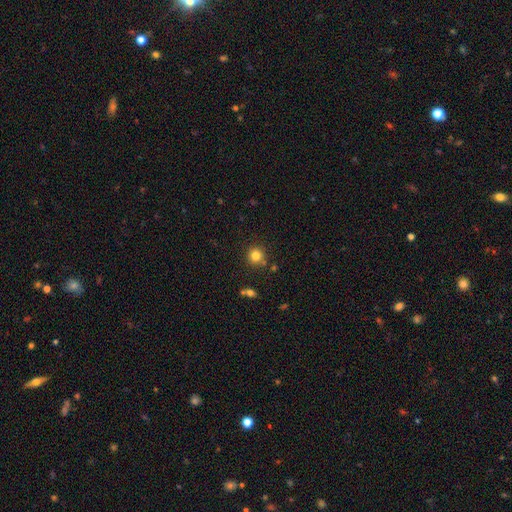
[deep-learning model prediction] This appears to be a smooth galaxy with no disk features (81%) that is round (92%). Merging: none (83%).